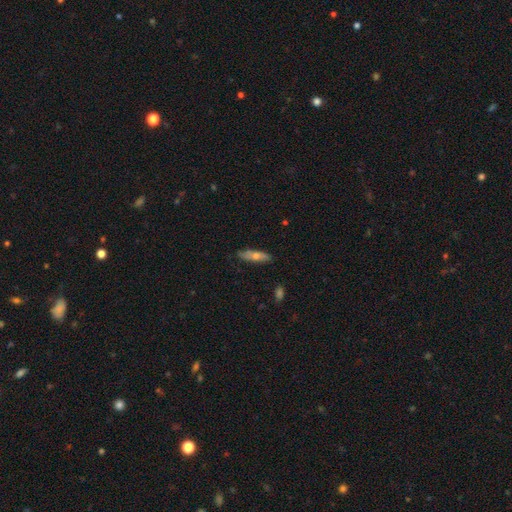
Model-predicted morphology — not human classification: Smooth or featured? Predicted: smooth (p=0.51). How rounded? Predicted: cigar-shaped (p=0.68). Merging? Predicted: none (p=0.83).